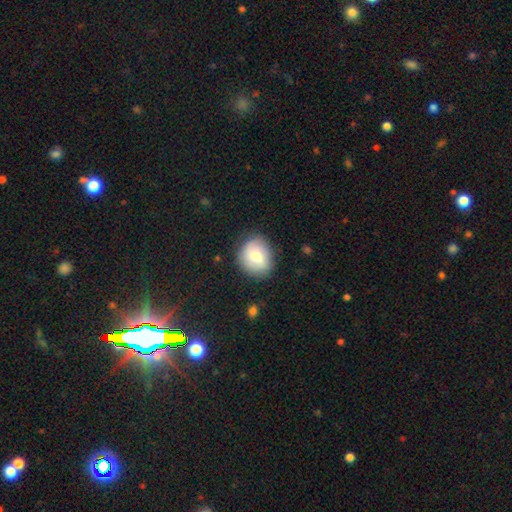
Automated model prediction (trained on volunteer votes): Overall: smooth (72%). How rounded: round (74%). Merging: none (80%).